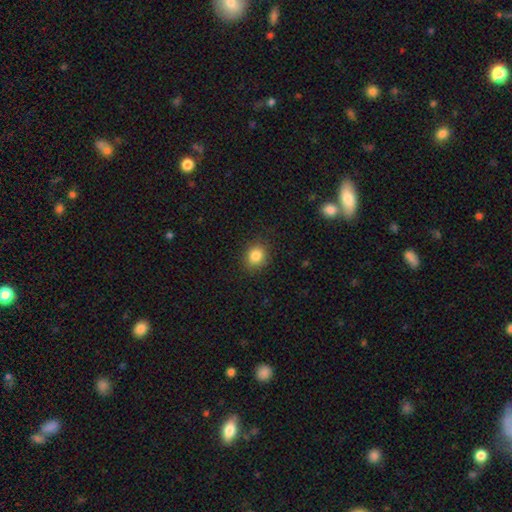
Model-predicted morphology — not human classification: A smooth galaxy with no disk features (84%) that is round (73%).

Vote fractions:
- Smooth or featured? smooth: 84% / star or artifact: 10% / featured or disk: 5%
- How rounded? round: 73% / in between: 26% / cigar-shaped: 1%
- Merging? none: 88% / minor disturbance: 9% / major disturbance: 3% / merger: 1%